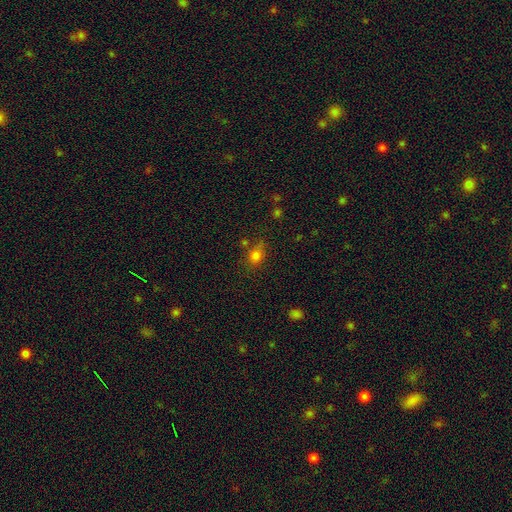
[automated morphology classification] The model was most divided on "how rounded": in between: 51%, round: 47%, cigar-shaped: 2%. More confident: smooth or featured — smooth (76%); merging — none (66%).